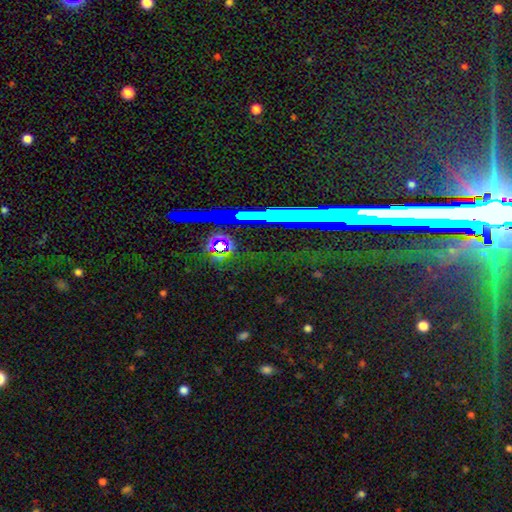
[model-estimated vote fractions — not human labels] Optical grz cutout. It shows a star or artifact, not a galaxy (76%).